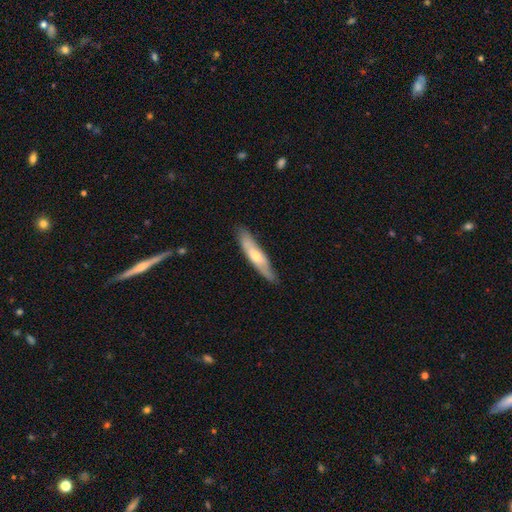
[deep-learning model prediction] Smooth or featured? smooth (48%)
Merging? none (80%)